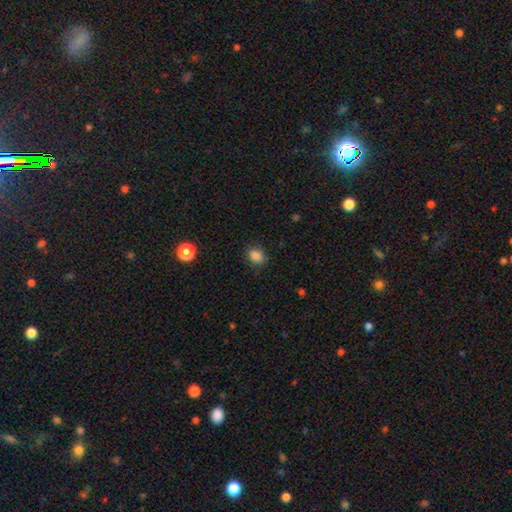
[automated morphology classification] Smooth or featured? Predicted: smooth (p=0.85). How rounded? Predicted: in between (p=0.53). Merging? Predicted: none (p=0.84).